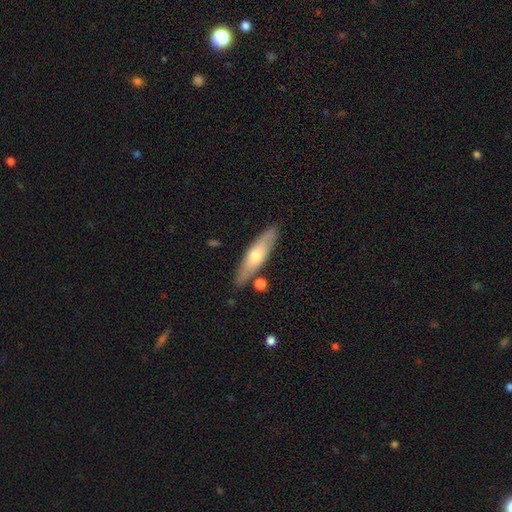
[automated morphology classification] Smooth or featured?
  - smooth: 50% *
  - featured or disk: 44%
  - star or artifact: 6%
Merging?
  - none: 82% *
  - minor disturbance: 11%
  - merger: 4%
  - major disturbance: 2%